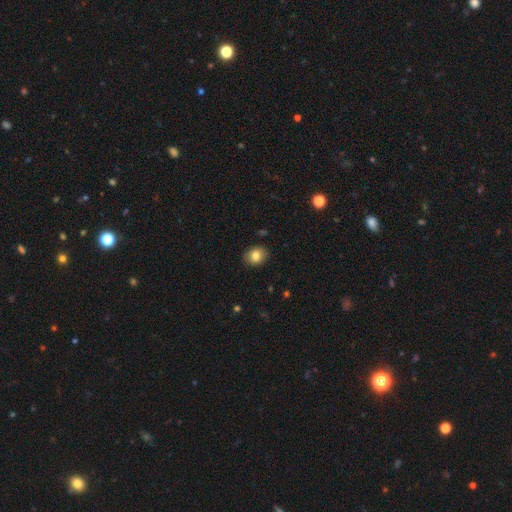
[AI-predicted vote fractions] Q: Smooth or featured?
A: smooth (82%); runner-up: star or artifact (9%)
Q: How rounded?
A: round (53%); runner-up: in between (46%)
Q: Merging?
A: none (87%); runner-up: minor disturbance (10%)